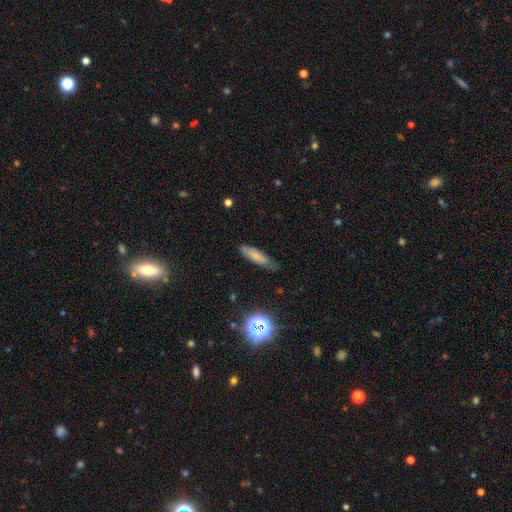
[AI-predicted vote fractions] The model was most divided on "how rounded": cigar-shaped: 66%, in between: 31%, round: 2%. More confident: smooth or featured — smooth (73%); merging — none (70%).